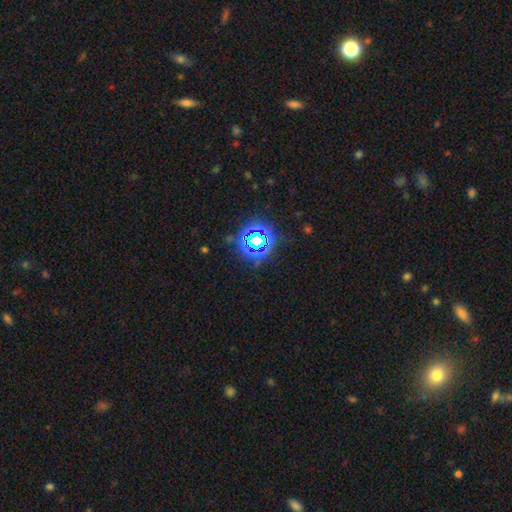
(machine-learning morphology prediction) This is likely a star or artifact rather than a galaxy (72%).